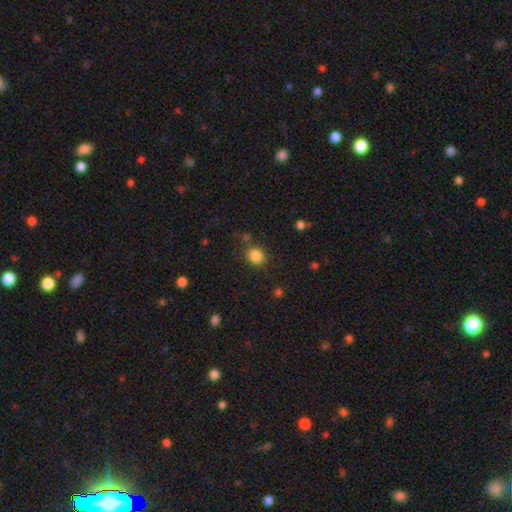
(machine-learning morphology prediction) A smooth galaxy with no disk features (85%) that is round (78%).

Vote fractions:
- Smooth or featured? smooth: 85% / star or artifact: 11% / featured or disk: 4%
- How rounded? round: 78% / in between: 21% / cigar-shaped: 1%
- Merging? none: 81% / minor disturbance: 11% / merger: 4% / major disturbance: 4%